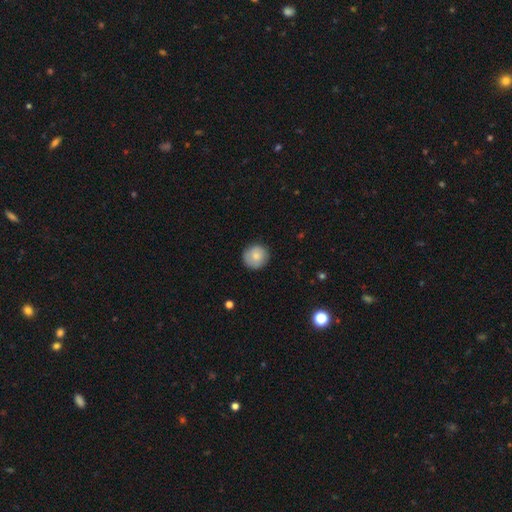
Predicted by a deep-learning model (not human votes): Smooth or featured?
  - smooth: 82% *
  - featured or disk: 11%
  - star or artifact: 7%
How rounded?
  - round: 94% *
  - in between: 5%
  - cigar-shaped: 1%
Merging?
  - none: 88% *
  - minor disturbance: 9%
  - major disturbance: 2%
  - merger: 1%